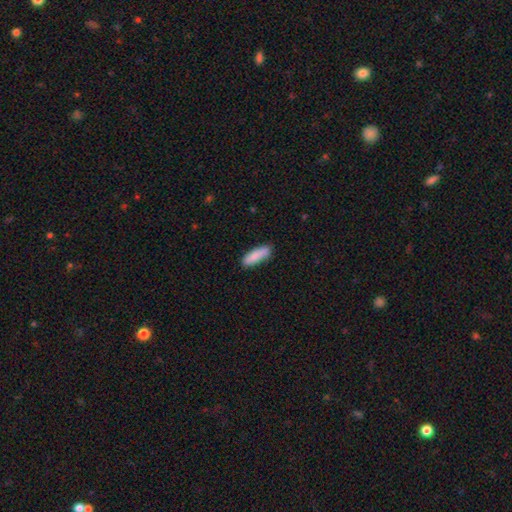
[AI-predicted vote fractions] This is clearly a smooth galaxy (85%). How rounded: possibly cigar-shaped (60%). Merging: clearly none (83%).